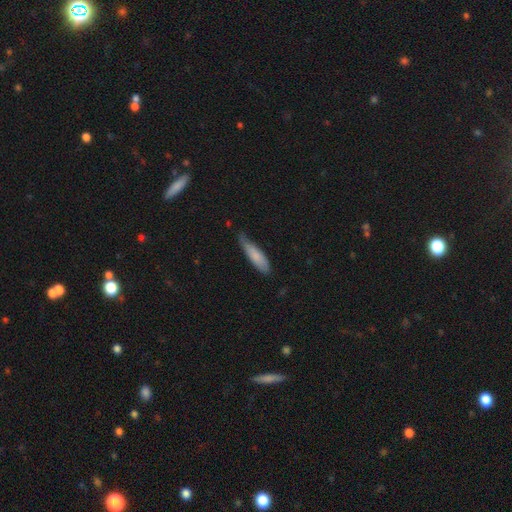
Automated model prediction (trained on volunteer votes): Smooth or featured?
  - smooth: 79% *
  - featured or disk: 16%
  - star or artifact: 6%
How rounded?
  - cigar-shaped: 65% *
  - in between: 33%
  - round: 1%
Merging?
  - none: 52% *
  - minor disturbance: 39%
  - major disturbance: 7%
  - merger: 2%